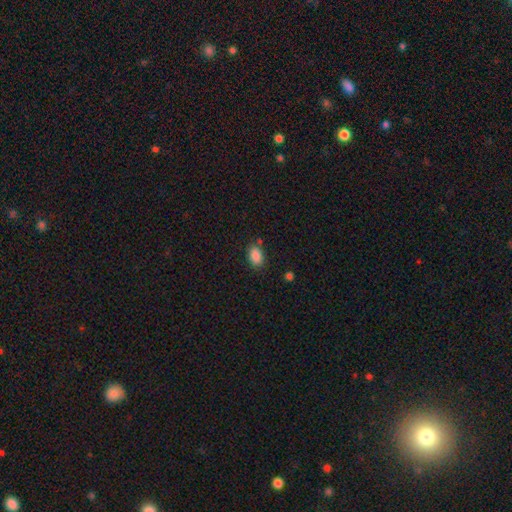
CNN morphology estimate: A smooth galaxy with no disk features (87%) that is in between round and cigar-shaped (88%). Merging: none (78%).